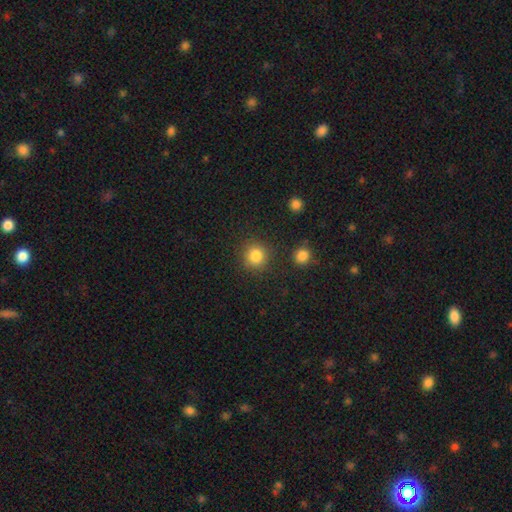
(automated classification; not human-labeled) The model was most divided on "smooth or featured": smooth: 85%, star or artifact: 11%, featured or disk: 5%. More confident: how rounded — round (91%); merging — none (86%).